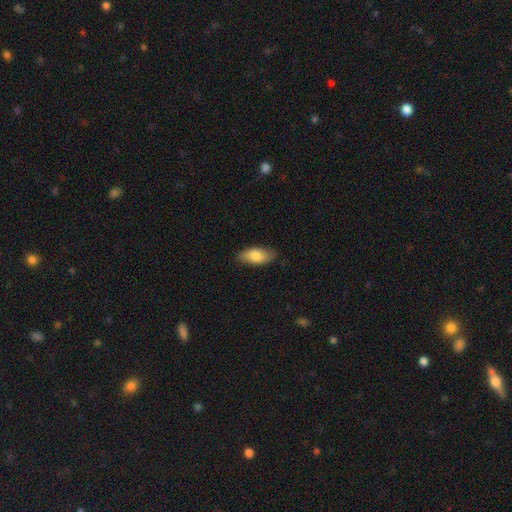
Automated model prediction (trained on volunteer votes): Smooth or featured?
  - smooth: 80% *
  - featured or disk: 15%
  - star or artifact: 6%
How rounded?
  - in between: 88% *
  - cigar-shaped: 9%
  - round: 2%
Merging?
  - none: 81% *
  - minor disturbance: 16%
  - major disturbance: 3%
  - merger: 1%